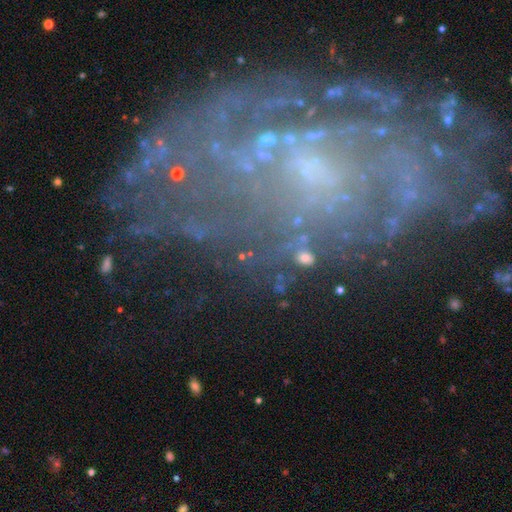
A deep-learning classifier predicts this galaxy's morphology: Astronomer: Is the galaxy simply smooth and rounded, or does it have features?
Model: featured or disk — 79%.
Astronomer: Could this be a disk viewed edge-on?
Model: no — 96%.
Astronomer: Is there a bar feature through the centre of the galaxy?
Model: no — 64%.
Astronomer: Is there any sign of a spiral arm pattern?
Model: yes — 80%.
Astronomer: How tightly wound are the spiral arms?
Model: tight — 53% (runner-up: medium, 31%).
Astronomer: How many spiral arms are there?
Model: can't tell — 50%.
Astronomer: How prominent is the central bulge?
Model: small — 49%.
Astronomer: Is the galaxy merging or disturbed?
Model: none — 65%.